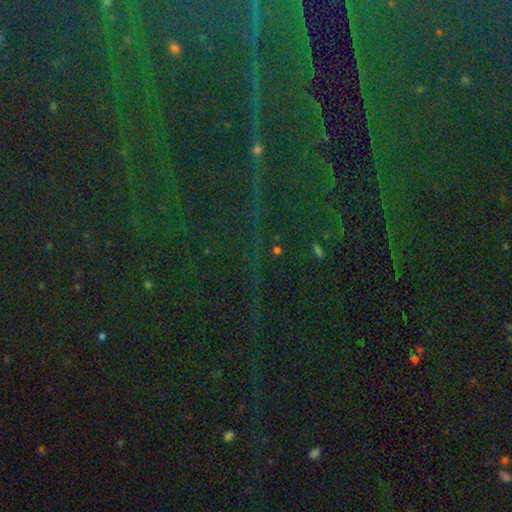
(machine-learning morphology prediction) star or artifact 86%, smooth 7%, featured or disk 7%.